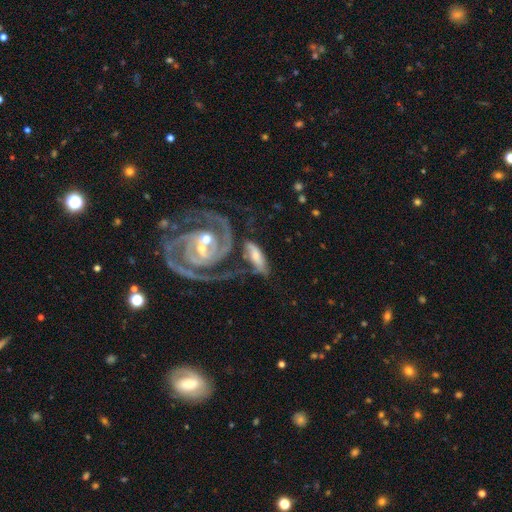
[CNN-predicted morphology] This appears to be a featured or disk galaxy (54%). Merging: none (32%).